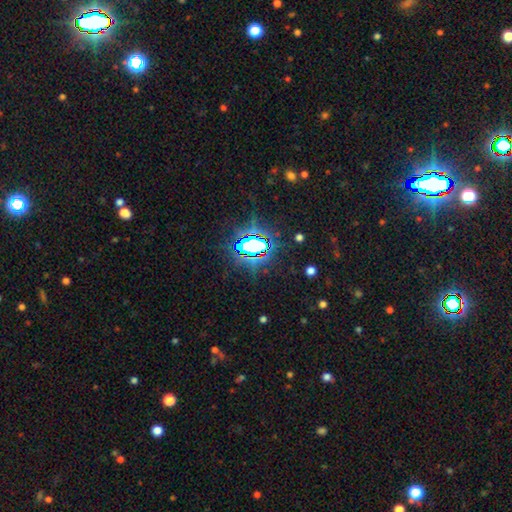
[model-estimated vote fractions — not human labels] Q: Smooth or featured?
A: star or artifact (76%); runner-up: smooth (14%)